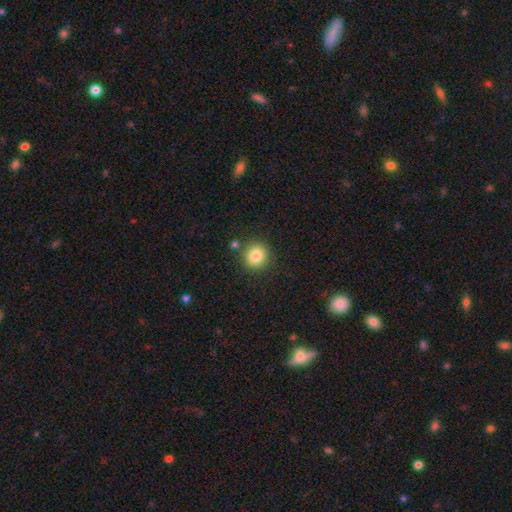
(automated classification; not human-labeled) This is clearly a smooth galaxy (84%). How rounded: clearly round (90%). Merging: clearly none (84%).